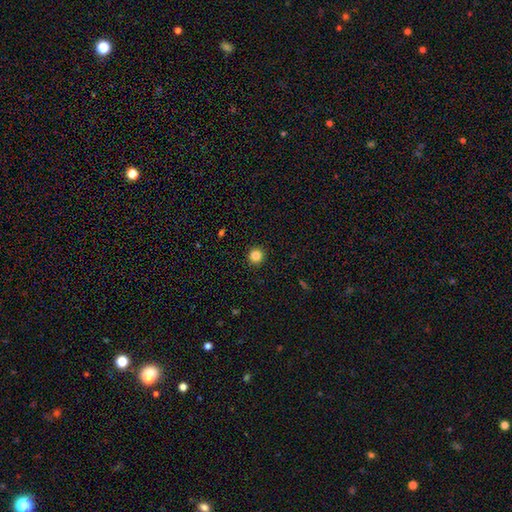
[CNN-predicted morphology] smooth 84%, star or artifact 11%, featured or disk 4%. Down the decision tree: how rounded — round (95%); merging — none (93%).